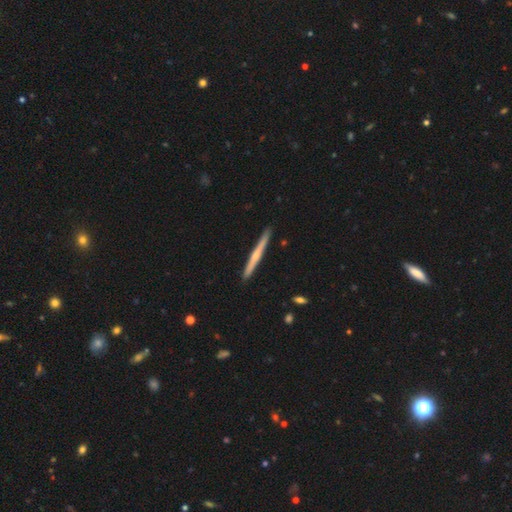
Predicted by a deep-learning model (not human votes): Smooth or featured? Predicted: featured or disk (p=0.55). Edge-on disk? Predicted: yes (p=0.98). Edge-on bulge? Predicted: rounded (p=0.48). Merging? Predicted: none (p=0.91).